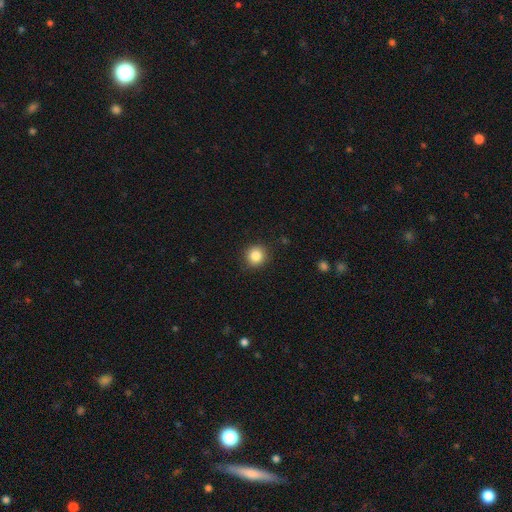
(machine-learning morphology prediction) This appears to be a smooth galaxy with no disk features (85%) that is round (91%). Merging: none (90%).